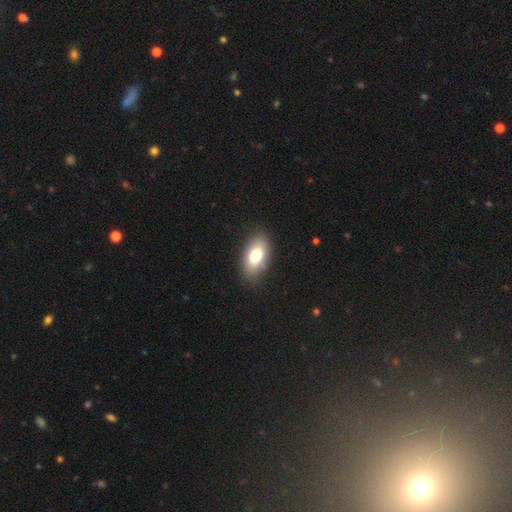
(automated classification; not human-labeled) This is likely a smooth galaxy (77%). How rounded: clearly in between (91%). Merging: clearly none (83%).